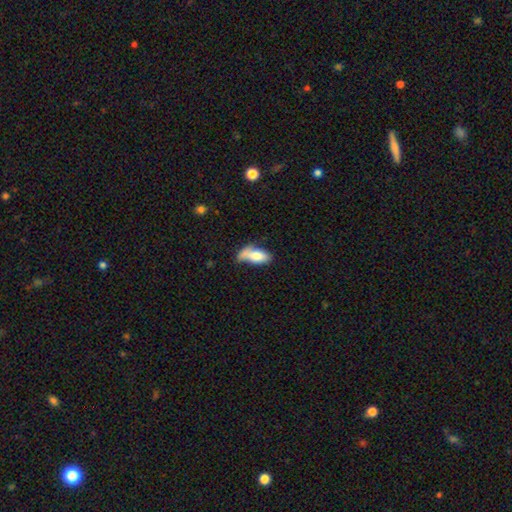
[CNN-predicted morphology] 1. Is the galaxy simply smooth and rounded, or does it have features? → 76% smooth, 17% featured or disk, 7% star or artifact.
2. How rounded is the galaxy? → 86% in between, 10% cigar-shaped, 4% round.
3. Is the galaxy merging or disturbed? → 29% none, 28% minor disturbance, 25% merger, 17% major disturbance.